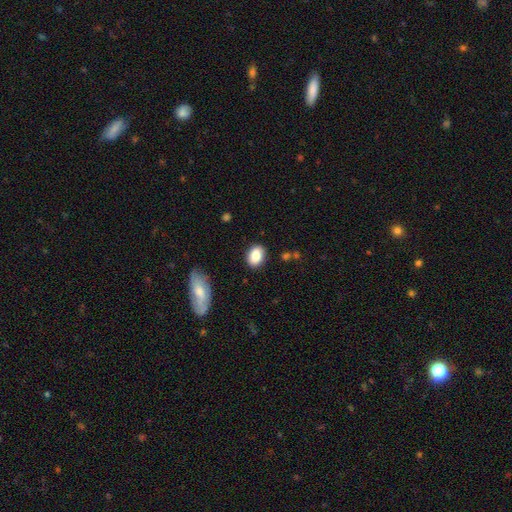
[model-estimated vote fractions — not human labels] Smooth or featured? smooth (84%)
How rounded? in between (74%)
Merging? none (81%)